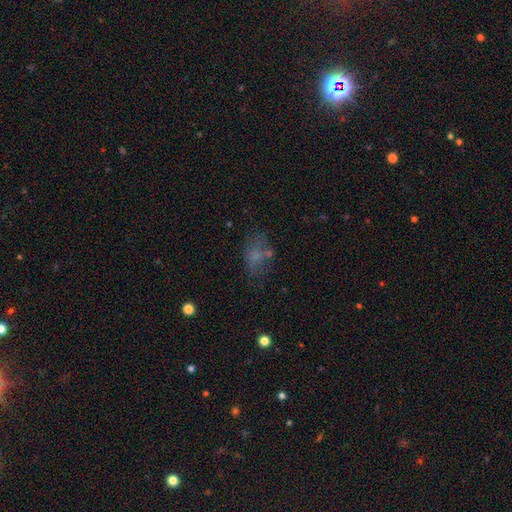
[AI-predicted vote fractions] A smooth galaxy with no disk features (56%) that is in between round and cigar-shaped (83%).

Vote fractions:
- Smooth or featured? smooth: 56% / featured or disk: 26% / star or artifact: 18%
- How rounded? in between: 83% / round: 13% / cigar-shaped: 4%
- Merging? none: 49% / minor disturbance: 21% / major disturbance: 21% / merger: 8%